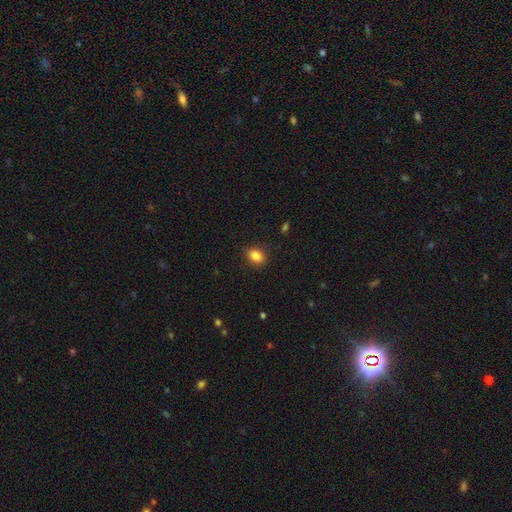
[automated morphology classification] Smooth or featured?
  - smooth: 86% *
  - star or artifact: 9%
  - featured or disk: 5%
How rounded?
  - in between: 77% *
  - round: 21%
  - cigar-shaped: 2%
Merging?
  - none: 85% *
  - minor disturbance: 11%
  - major disturbance: 3%
  - merger: 1%